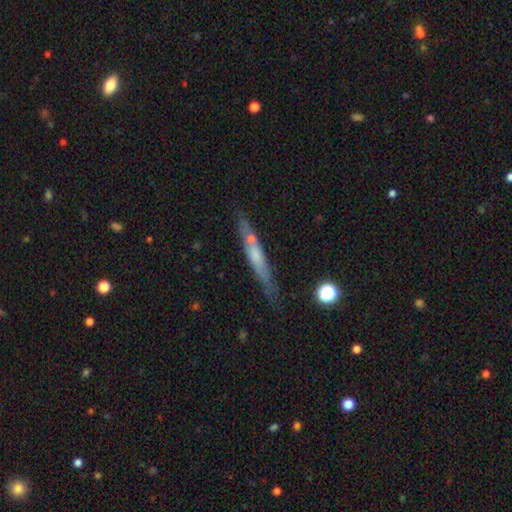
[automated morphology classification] The model was most divided on "smooth or featured": smooth: 49%, featured or disk: 44%, star or artifact: 8%. More confident: merging — none (68%).